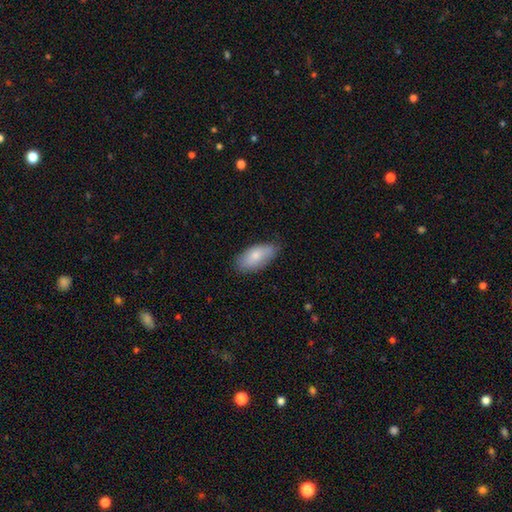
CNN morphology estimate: smooth_or_featured: smooth (p=0.79) [alt: featured or disk p=0.15]
how_rounded: in between (p=0.91) [alt: cigar-shaped p=0.06]
merging: none (p=0.76) [alt: minor disturbance p=0.20]